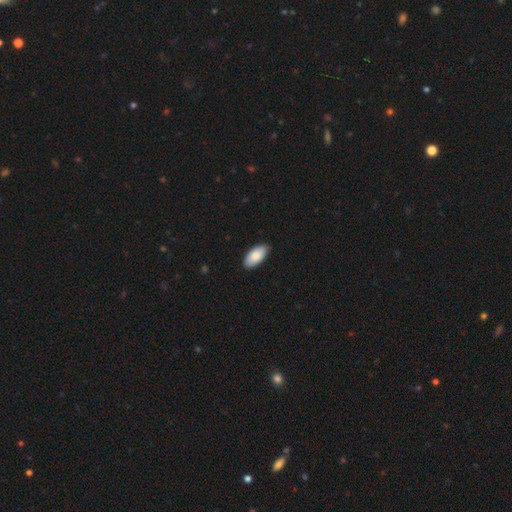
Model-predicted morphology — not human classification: This is clearly a smooth galaxy (84%). How rounded: clearly in between (95%). Merging: clearly none (85%).